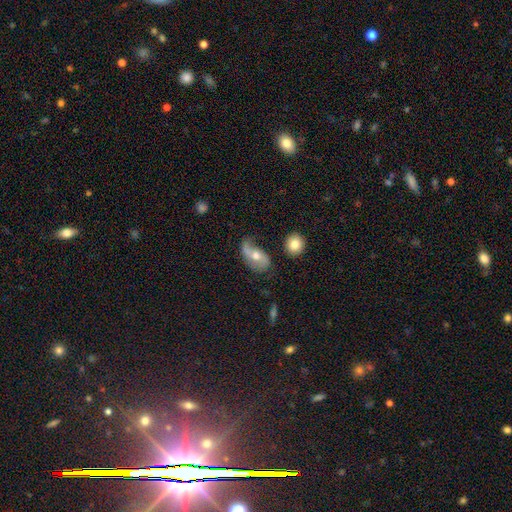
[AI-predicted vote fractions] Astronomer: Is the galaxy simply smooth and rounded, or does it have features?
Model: featured or disk — 58% (runner-up: smooth, 34%).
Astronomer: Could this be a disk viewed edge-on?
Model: no — 93%.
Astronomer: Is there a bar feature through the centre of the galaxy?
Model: no — 63%.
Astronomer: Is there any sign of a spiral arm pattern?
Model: yes — 81%.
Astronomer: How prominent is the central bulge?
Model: moderate — 67%.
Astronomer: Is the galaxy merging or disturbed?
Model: none — 42% (runner-up: minor disturbance, 30%).